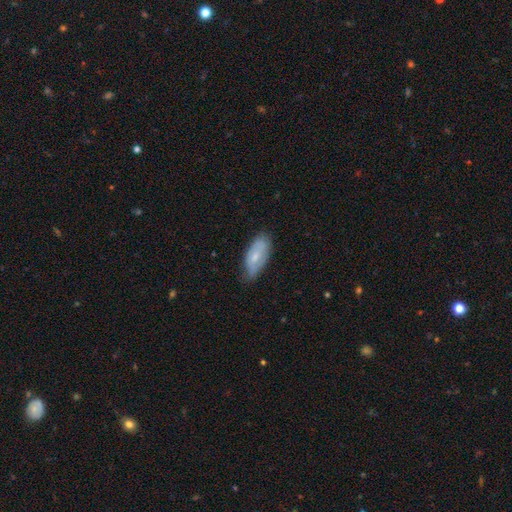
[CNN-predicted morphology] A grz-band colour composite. It shows a smooth galaxy with no disk features (64%) that is in between round and cigar-shaped (87%). Merging: none (65%).